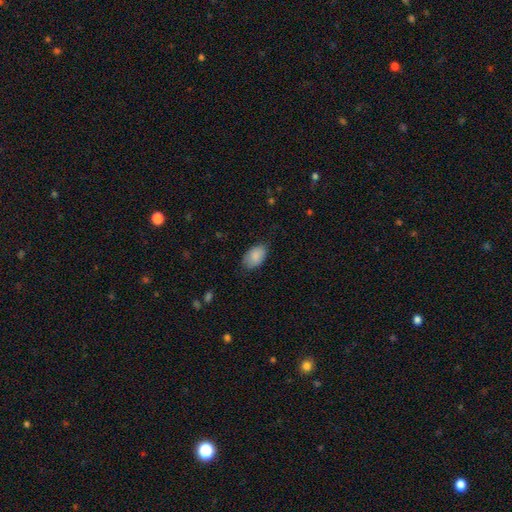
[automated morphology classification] Smooth or featured: smooth — 87% (featured or disk — 7%)
How rounded: in between — 92% (round — 7%)
Merging: none — 74% (minor disturbance — 20%)